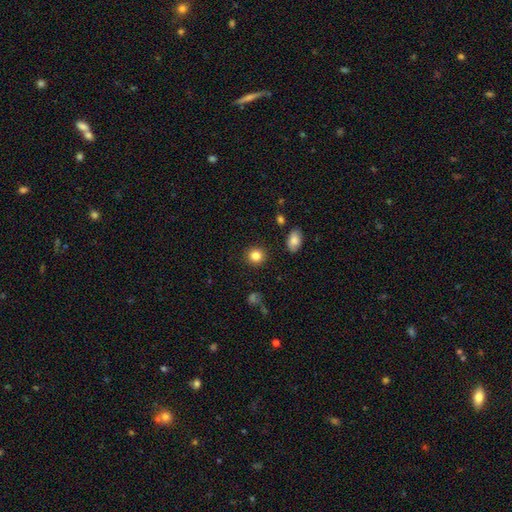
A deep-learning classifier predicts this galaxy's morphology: Smooth or featured?
  - smooth: 85% *
  - star or artifact: 10%
  - featured or disk: 5%
How rounded?
  - round: 88% *
  - in between: 11%
  - cigar-shaped: 1%
Merging?
  - none: 91% *
  - minor disturbance: 6%
  - major disturbance: 2%
  - merger: 2%